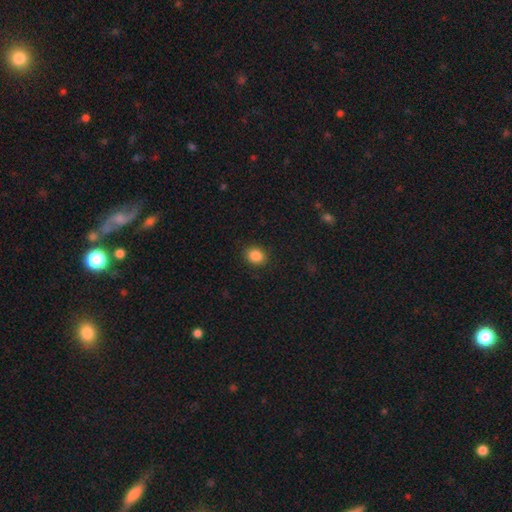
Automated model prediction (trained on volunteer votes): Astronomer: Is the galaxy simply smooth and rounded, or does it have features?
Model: smooth — 87%.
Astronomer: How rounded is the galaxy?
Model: round — 59% (runner-up: in between, 40%).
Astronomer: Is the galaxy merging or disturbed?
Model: none — 89%.